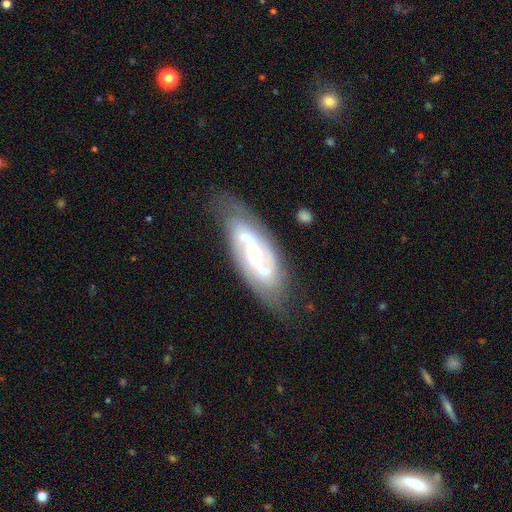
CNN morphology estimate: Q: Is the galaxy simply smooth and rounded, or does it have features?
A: featured or disk — 85%.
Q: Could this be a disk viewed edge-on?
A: no — 92%.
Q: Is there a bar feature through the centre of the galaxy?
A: weak — 40%.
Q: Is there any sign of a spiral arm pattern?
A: yes — 95%.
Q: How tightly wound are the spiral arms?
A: medium — 49%.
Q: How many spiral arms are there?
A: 2 — 82%.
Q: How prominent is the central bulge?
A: moderate — 55%.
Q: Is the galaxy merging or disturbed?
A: none — 71%.